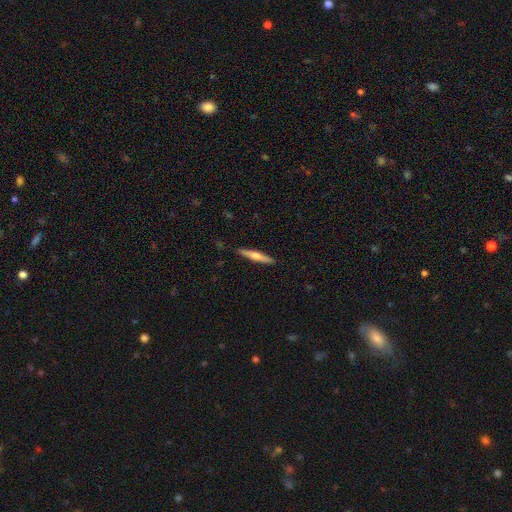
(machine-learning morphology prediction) The model was most divided on "smooth or featured": featured or disk: 54%, smooth: 41%, star or artifact: 6%. More confident: edge-on disk — yes (96%); merging — none (90%); edge-on bulge — rounded (87%).